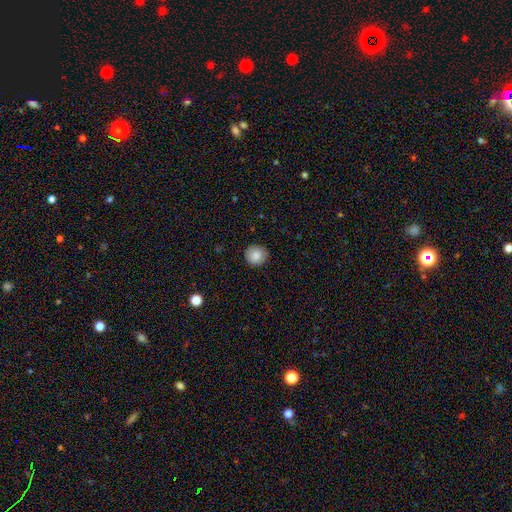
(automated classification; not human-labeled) Q: Smooth or featured?
A: smooth (85%); runner-up: star or artifact (9%)
Q: How rounded?
A: round (93%); runner-up: in between (6%)
Q: Merging?
A: none (89%); runner-up: minor disturbance (8%)